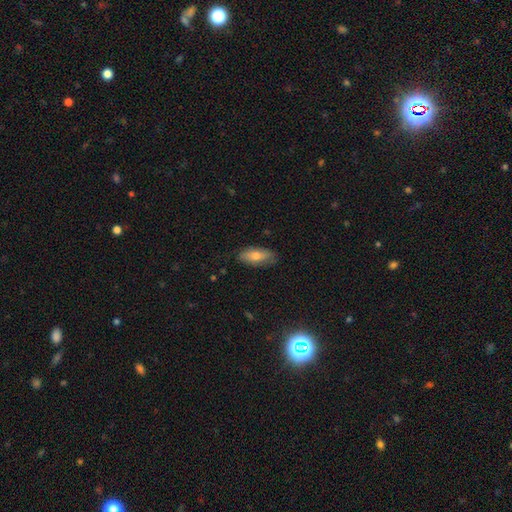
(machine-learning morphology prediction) smooth 66%, featured or disk 27%, star or artifact 7%. Down the decision tree: how rounded — in between (76%); merging — none (80%).